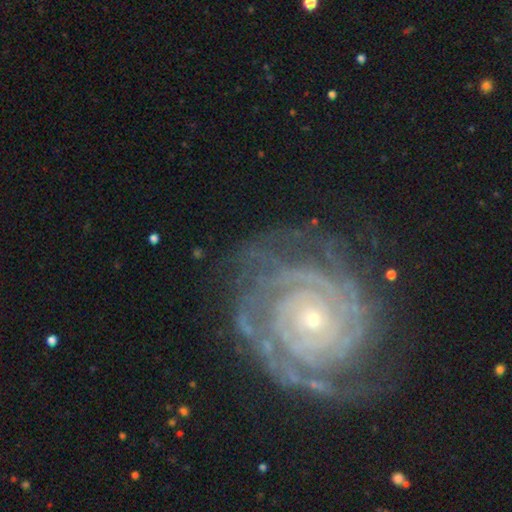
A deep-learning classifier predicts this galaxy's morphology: A featured or disk galaxy (89%) with no bar (80%), 2 (23%) tight (85%) spiral arms (98%) and a small central bulge (78%).

Vote fractions:
- Smooth or featured? featured or disk: 89% / star or artifact: 7% / smooth: 4%
- Edge-on disk? no: 97% / yes: 3%
- Bar? no: 80% / weak: 13% / strong: 7%
- Spiral arms? yes: 98% / no: 2%
- Spiral winding? tight: 85% / medium: 12% / loose: 2%
- Spiral arm count? 2: 23% / can't tell: 22% / 3: 17% / 4: 16% / more than 4: 14% / 1: 7%
- Bulge size? small: 78% / moderate: 18% / large: 1% / none: 1% / dominant: 1%
- Merging? none: 71% / minor disturbance: 17% / major disturbance: 10% / merger: 2%